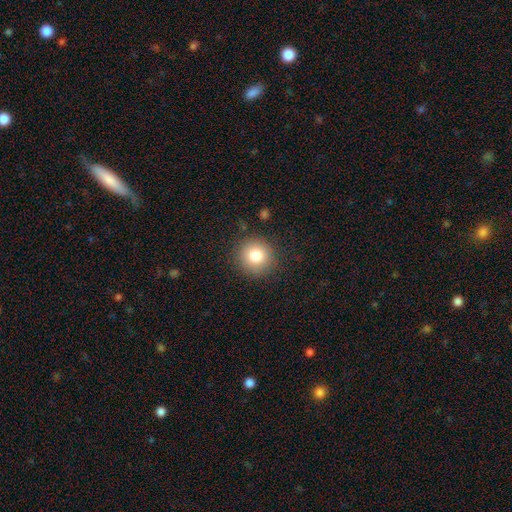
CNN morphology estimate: Smooth or featured? smooth (81%)
How rounded? round (93%)
Merging? none (88%)